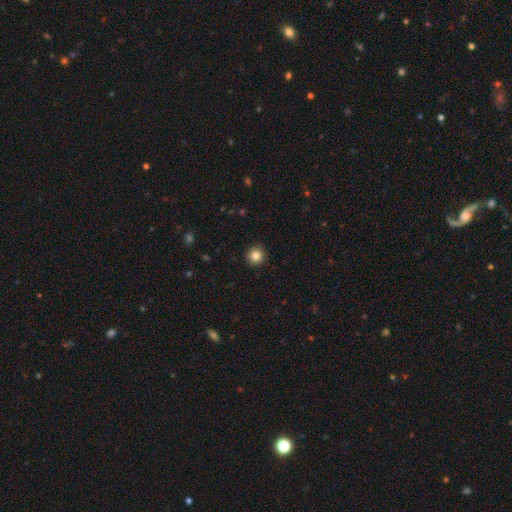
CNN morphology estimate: Smooth or featured: smooth — 84% (star or artifact — 11%)
How rounded: round — 95% (in between — 4%)
Merging: none — 93% (minor disturbance — 5%)